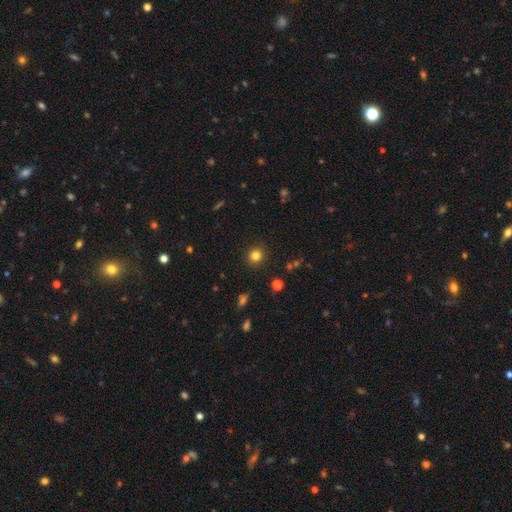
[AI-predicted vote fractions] The model was most divided on "smooth or featured": smooth: 81%, star or artifact: 14%, featured or disk: 5%. More confident: how rounded — round (92%); merging — none (91%).